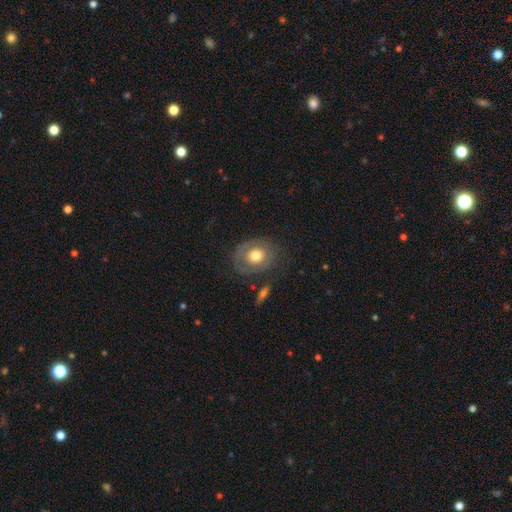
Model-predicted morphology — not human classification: smooth_or_featured: smooth (p=0.48) [alt: featured or disk p=0.45]
merging: none (p=0.69) [alt: minor disturbance p=0.18]